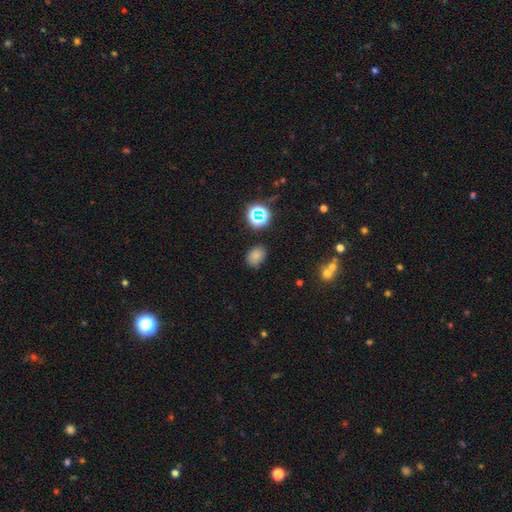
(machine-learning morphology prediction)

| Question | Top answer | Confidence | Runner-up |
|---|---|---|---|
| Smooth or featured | smooth | 74% | star or artifact (19%) |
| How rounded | in between | 64% | round (35%) |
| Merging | none | 80% | minor disturbance (14%) |